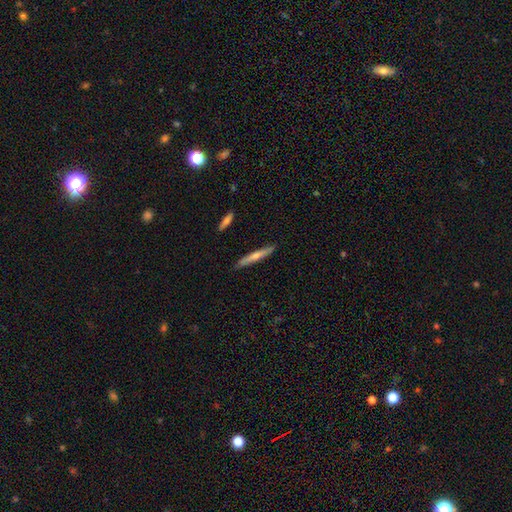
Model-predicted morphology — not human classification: The model was most divided on "smooth or featured": featured or disk: 60%, smooth: 32%, star or artifact: 8%. More confident: edge-on disk — yes (96%); merging — none (90%); edge-on bulge — rounded (76%).